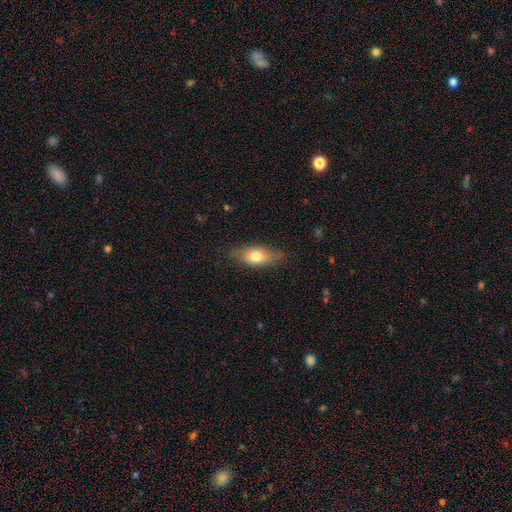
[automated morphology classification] This is likely a smooth galaxy (71%). How rounded: likely in between (78%). Merging: likely none (76%).